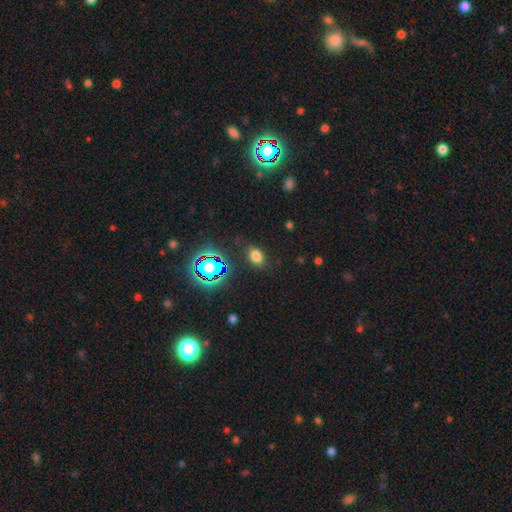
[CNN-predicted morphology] A smooth galaxy with no disk features (70%) that is in between round and cigar-shaped (82%).

Vote fractions:
- Smooth or featured? smooth: 70% / star or artifact: 22% / featured or disk: 8%
- How rounded? in between: 82% / round: 16% / cigar-shaped: 2%
- Merging? none: 80% / minor disturbance: 13% / major disturbance: 5% / merger: 2%